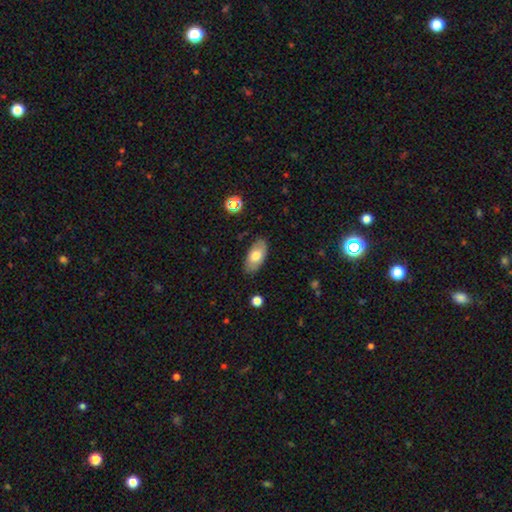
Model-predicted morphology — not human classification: smooth_or_featured: smooth (p=0.72) [alt: featured or disk p=0.21]
how_rounded: in between (p=0.93) [alt: cigar-shaped p=0.04]
merging: none (p=0.84) [alt: minor disturbance p=0.12]